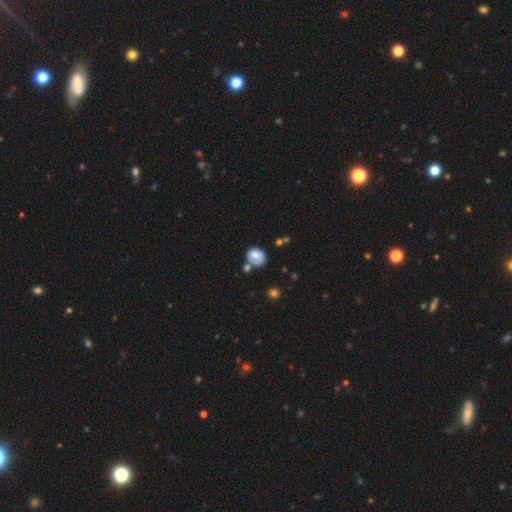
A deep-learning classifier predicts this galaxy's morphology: smooth-or-featured: smooth: 74% | featured or disk: 18% | star or artifact: 9%
  how-rounded: round: 61% | in between: 38% | cigar-shaped: 1%
  merging: none: 44% | merger: 25% | minor disturbance: 21% | major disturbance: 9%